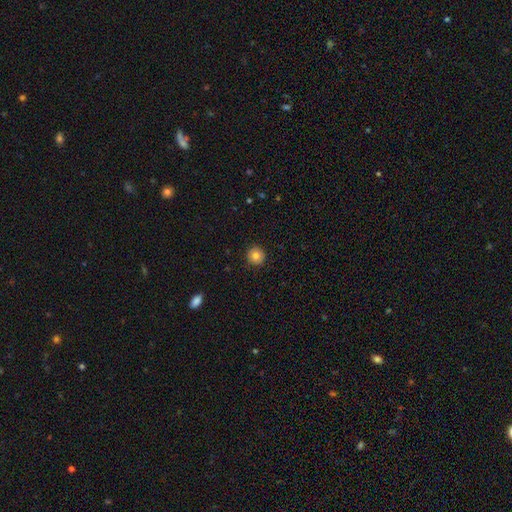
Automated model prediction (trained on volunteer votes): Overall: smooth (81%). How rounded: round (94%). Merging: none (91%).